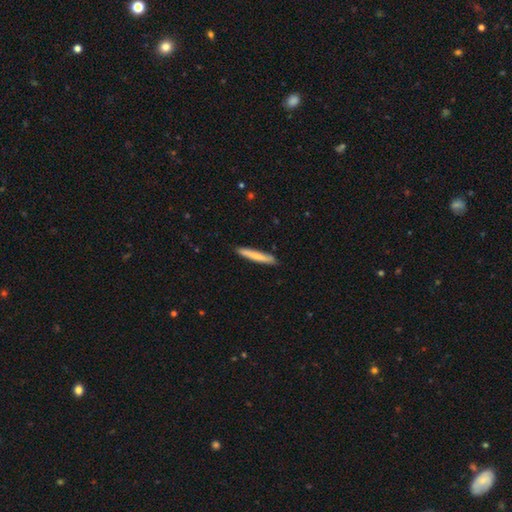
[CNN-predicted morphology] smooth-or-featured: smooth: 74% | featured or disk: 21% | star or artifact: 6%
  how-rounded: cigar-shaped: 95% | in between: 4% | round: 1%
  merging: none: 90% | minor disturbance: 8% | major disturbance: 1% | merger: 1%